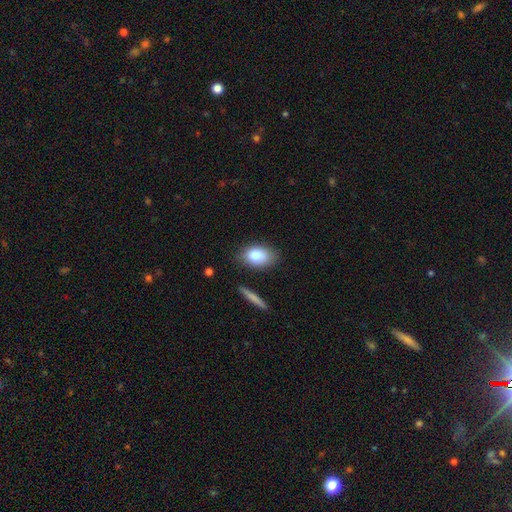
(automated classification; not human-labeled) Morphology: type=smooth (80%); roundness=in between (85%); merging=none (80%).